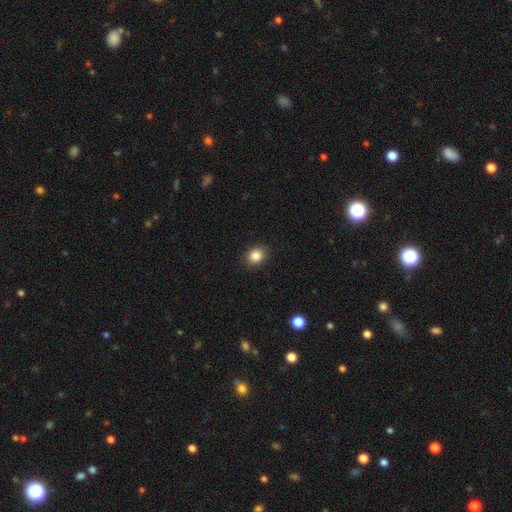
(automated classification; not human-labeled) Morphology: type=smooth (86%); roundness=round (59%); merging=none (89%).